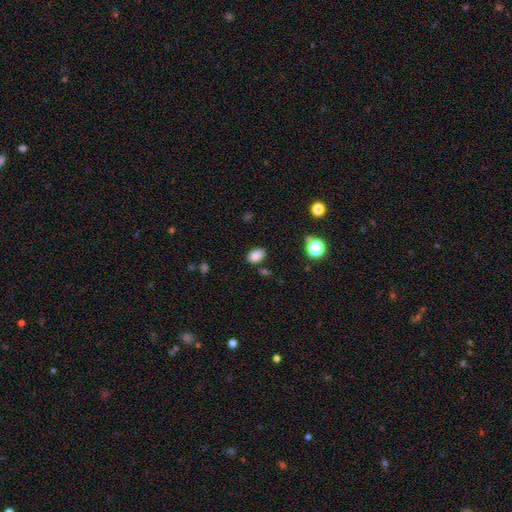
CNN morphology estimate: smooth-or-featured: smooth: 84% | star or artifact: 11% | featured or disk: 5%
  how-rounded: in between: 83% | round: 15% | cigar-shaped: 1%
  merging: none: 77% | minor disturbance: 15% | merger: 5% | major disturbance: 4%